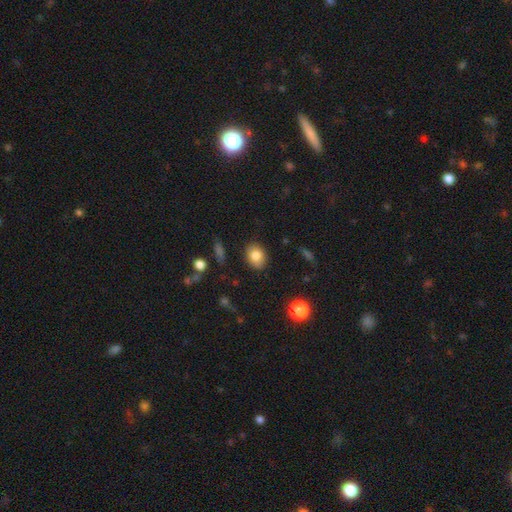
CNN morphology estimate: smooth 80%, featured or disk 11%, star or artifact 9%. Down the decision tree: how rounded — in between (57%); merging — none (85%).